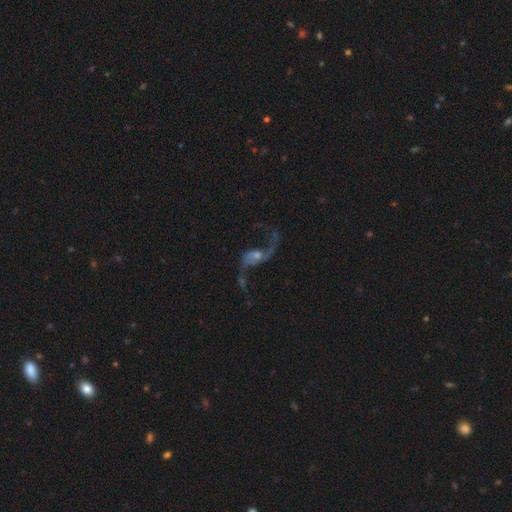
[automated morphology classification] Smooth or featured: featured or disk — 85% (smooth — 8%)
Edge-on disk: no — 95% (yes — 5%)
Bar: no — 55% (weak — 34%)
Spiral arms: yes — 93% (no — 7%)
Spiral winding: loose — 92% (medium — 6%)
Spiral arm count: 2 — 91% (1 — 5%)
Bulge size: moderate — 46% (small — 34%)
Merging: none — 55% (major disturbance — 21%)